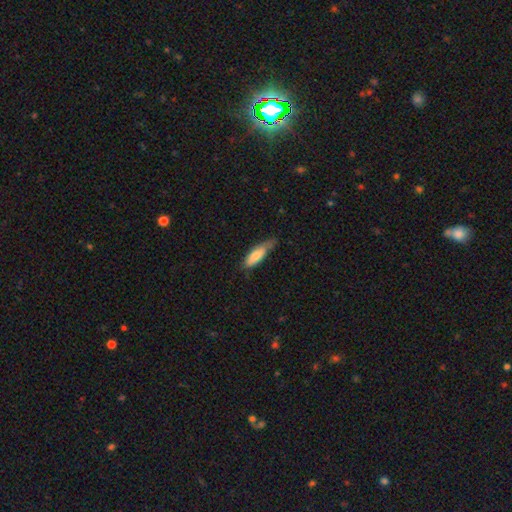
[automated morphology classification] Smooth or featured: smooth — 77% (featured or disk — 17%)
How rounded: cigar-shaped — 51% (in between — 47%)
Merging: none — 51% (minor disturbance — 39%)